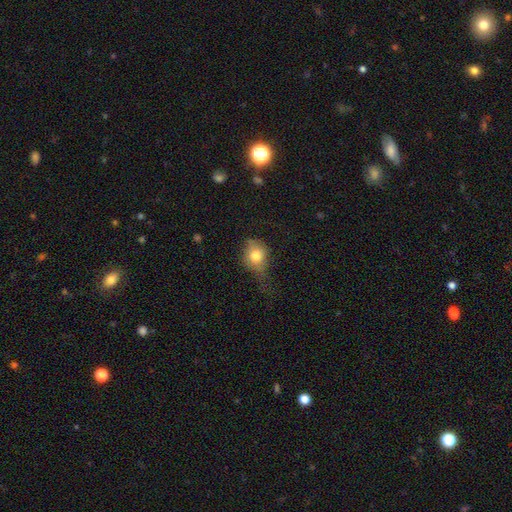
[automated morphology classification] A smooth galaxy with no disk features (75%) that is round (55%). Merging: none (36%).